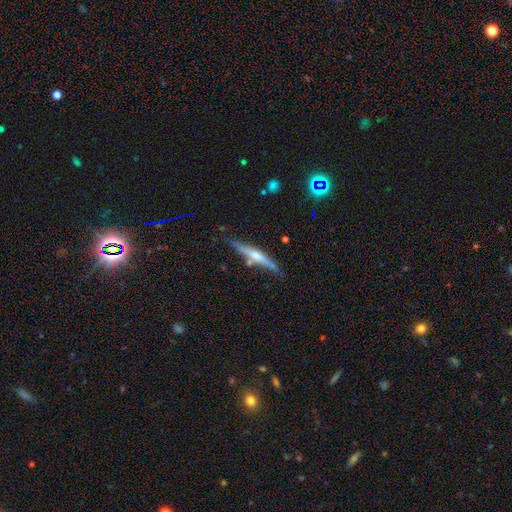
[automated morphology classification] smooth-or-featured: featured or disk: 62% | smooth: 31% | star or artifact: 6%
  disk-edge-on: yes: 96% | no: 4%
    edge-on-bulge: rounded: 74% | none: 17% | boxy: 9%
  merging: none: 75% | minor disturbance: 15% | merger: 7% | major disturbance: 3%